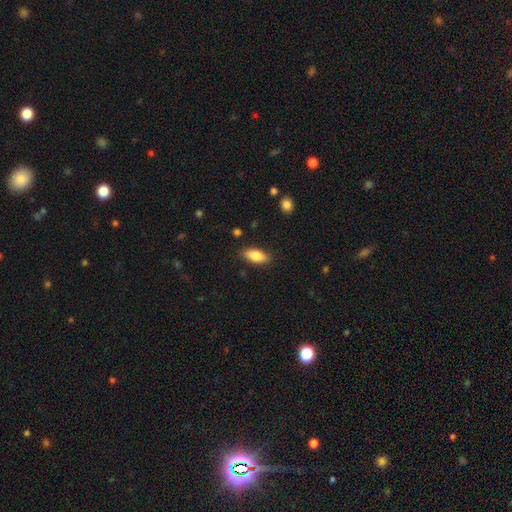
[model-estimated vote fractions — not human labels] Smooth or featured: smooth — 81% (featured or disk — 12%)
How rounded: in between — 84% (cigar-shaped — 14%)
Merging: none — 85% (minor disturbance — 11%)